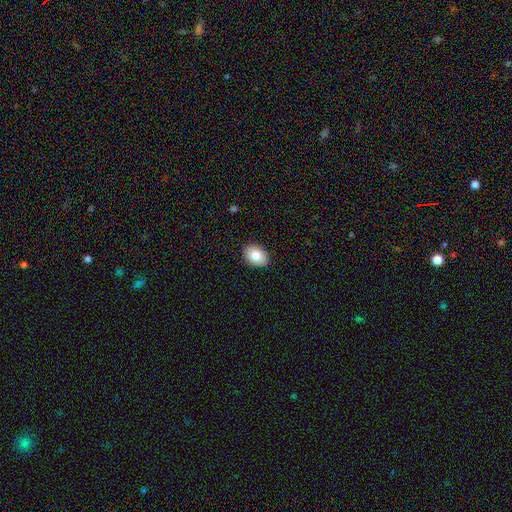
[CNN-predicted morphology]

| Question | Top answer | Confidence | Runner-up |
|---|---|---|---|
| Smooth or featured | smooth | 82% | featured or disk (10%) |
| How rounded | in between | 76% | round (23%) |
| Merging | none | 89% | minor disturbance (8%) |